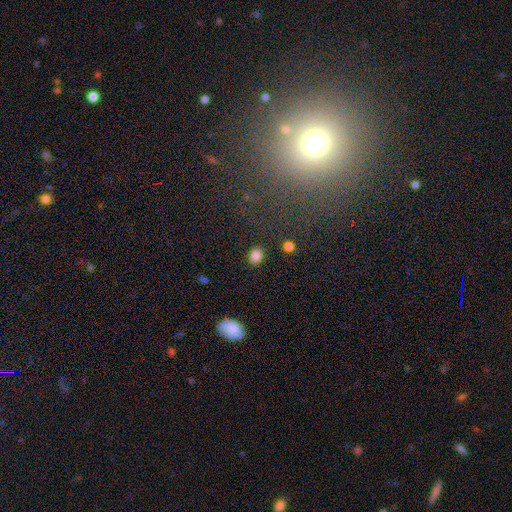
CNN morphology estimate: type=smooth (85%); roundness=round (59%); merging=none (87%).